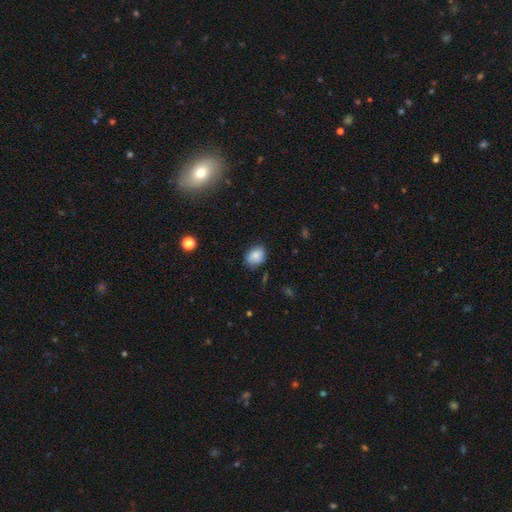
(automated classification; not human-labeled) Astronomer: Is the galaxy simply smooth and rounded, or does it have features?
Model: smooth — 80%.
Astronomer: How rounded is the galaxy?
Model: in between — 59% (runner-up: round, 40%).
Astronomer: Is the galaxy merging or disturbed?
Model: none — 67%.